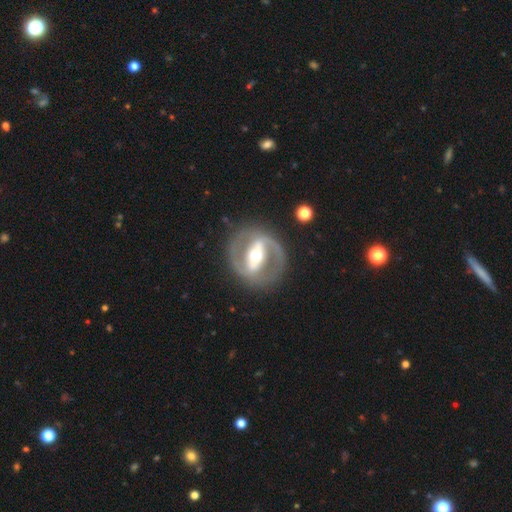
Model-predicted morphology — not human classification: The model was most divided on "spiral arms": yes: 62%, no: 38%. More confident: edge-on disk — no (94%); smooth or featured — featured or disk (82%); merging — none (81%); bulge size — moderate (68%); bar — strong (67%).